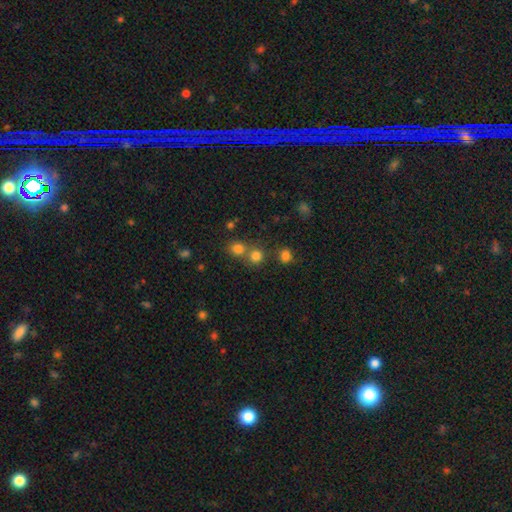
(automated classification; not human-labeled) smooth 76%, star or artifact 18%, featured or disk 7%. Down the decision tree: how rounded — round (88%); merging — none (57%).